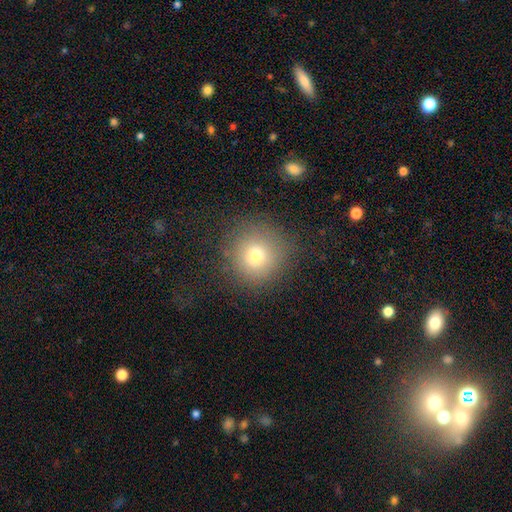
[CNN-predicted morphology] A smooth galaxy with no disk features (73%) that is round (93%). Merging: none (85%).